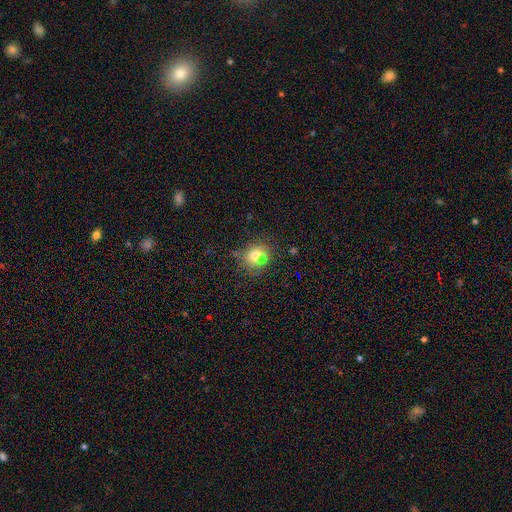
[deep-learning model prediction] Smooth or featured: smooth — 74% (featured or disk — 13%)
How rounded: round — 66% (in between — 33%)
Merging: none — 64% (minor disturbance — 22%)